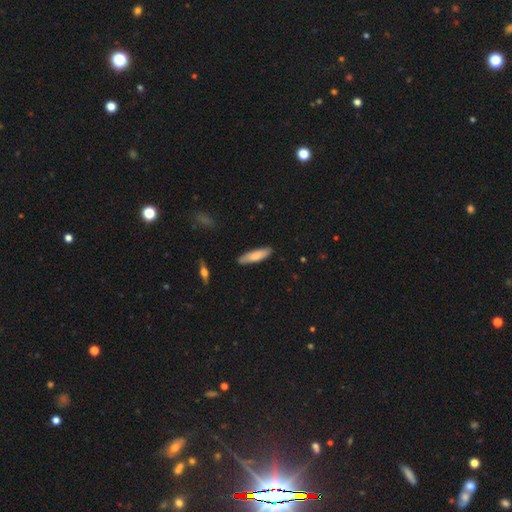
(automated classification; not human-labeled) A smooth galaxy with no disk features (80%) that is cigar-shaped (67%). Merging: none (87%).